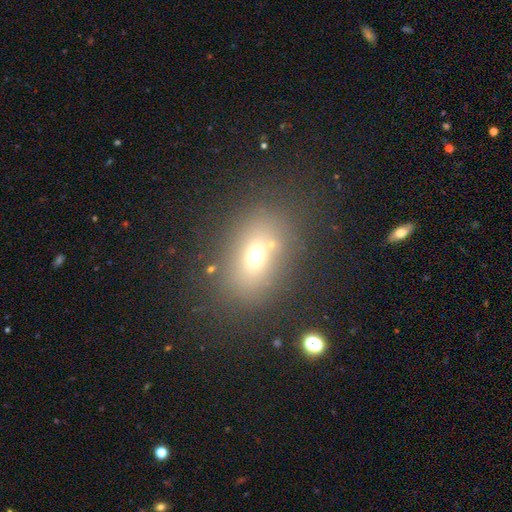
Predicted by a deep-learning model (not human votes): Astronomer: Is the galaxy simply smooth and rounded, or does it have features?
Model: smooth — 64%.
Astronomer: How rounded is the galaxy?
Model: in between — 67%.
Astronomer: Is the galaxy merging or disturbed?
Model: none — 74%.